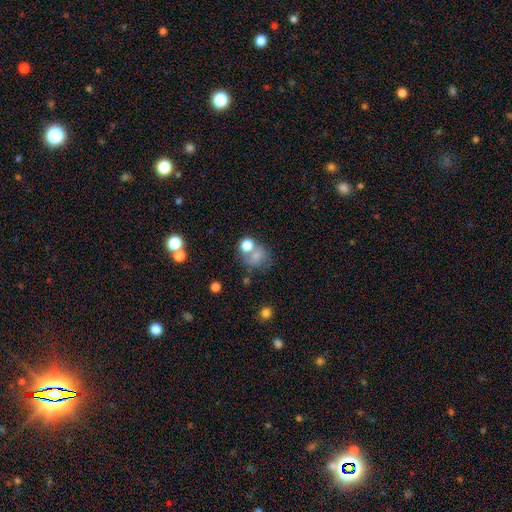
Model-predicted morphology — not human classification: Smooth or featured? smooth (68%)
How rounded? round (65%)
Merging? none (39%)